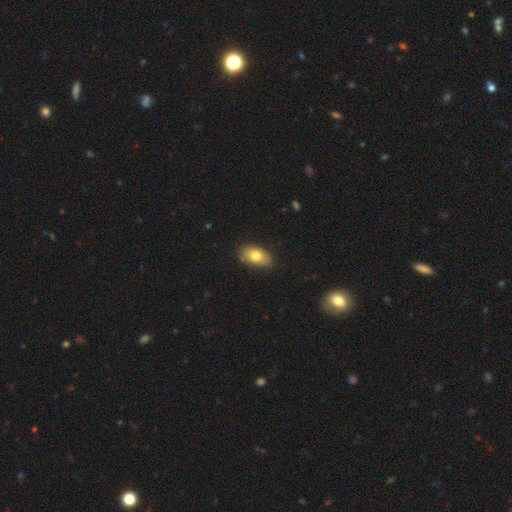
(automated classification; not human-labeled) Overall: smooth (77%). How rounded: in between (89%). Merging: none (80%).